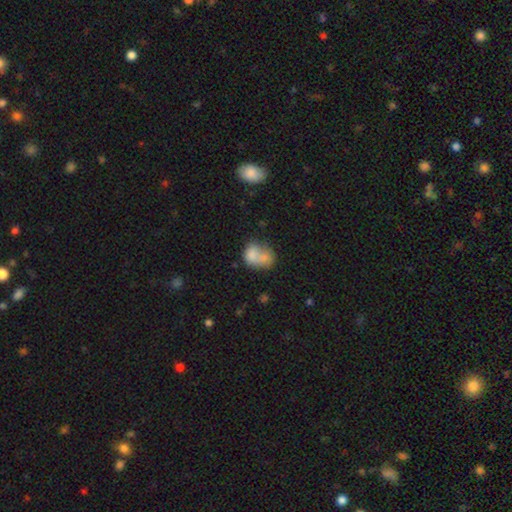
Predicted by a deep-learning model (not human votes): Smooth or featured?
  - smooth: 72% *
  - featured or disk: 19%
  - star or artifact: 9%
How rounded?
  - in between: 58% *
  - round: 41%
  - cigar-shaped: 1%
Merging?
  - merger: 60% *
  - none: 22%
  - minor disturbance: 11%
  - major disturbance: 8%